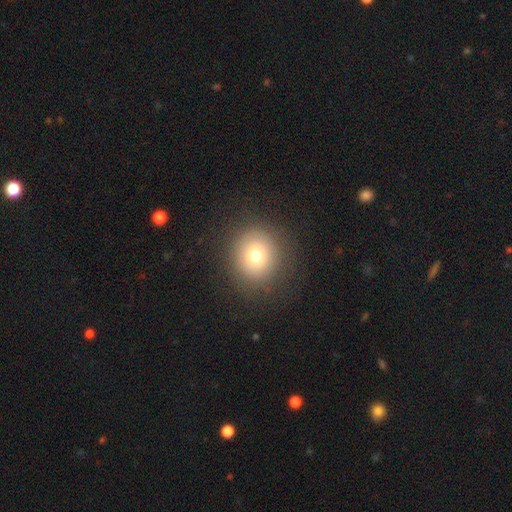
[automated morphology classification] The model was most divided on "smooth or featured": smooth: 75%, featured or disk: 13%, star or artifact: 12%. More confident: merging — none (86%); how rounded — round (82%).